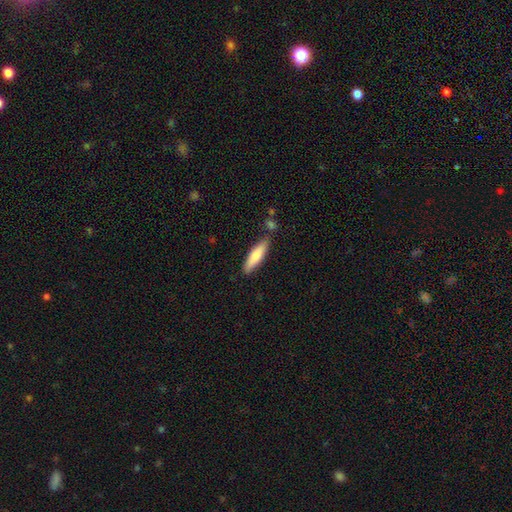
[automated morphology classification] This is likely a smooth galaxy (75%). How rounded: likely cigar-shaped (71%). Merging: clearly none (80%).